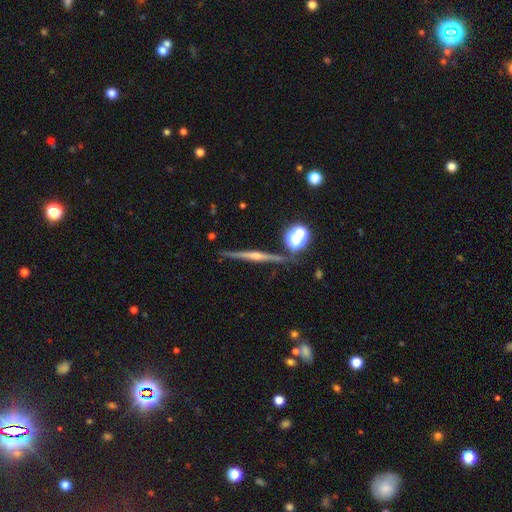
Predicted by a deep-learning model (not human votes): A featured or disk galaxy (74%) viewed edge-on (97%) with a rounded central bulge (78%).

Vote fractions:
- Smooth or featured? featured or disk: 74% / smooth: 15% / star or artifact: 11%
- Edge-on disk? yes: 97% / no: 3%
- Edge-on bulge? rounded: 78% / none: 13% / boxy: 9%
- Merging? none: 86% / minor disturbance: 8% / merger: 3% / major disturbance: 2%